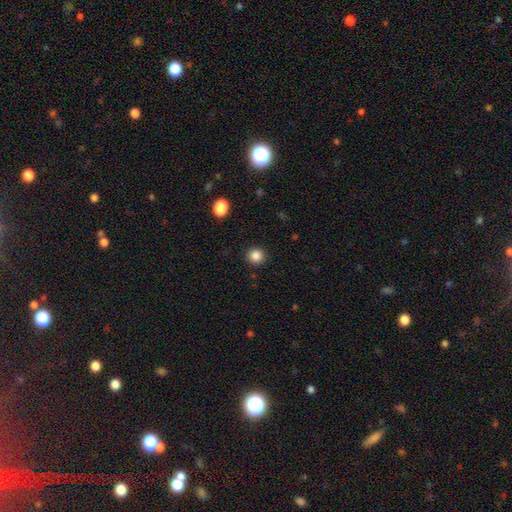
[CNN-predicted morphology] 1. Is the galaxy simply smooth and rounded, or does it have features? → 86% smooth, 11% star or artifact, 3% featured or disk.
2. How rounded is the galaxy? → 91% round, 8% in between, 1% cigar-shaped.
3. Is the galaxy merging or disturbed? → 91% none, 6% minor disturbance, 2% major disturbance, 1% merger.